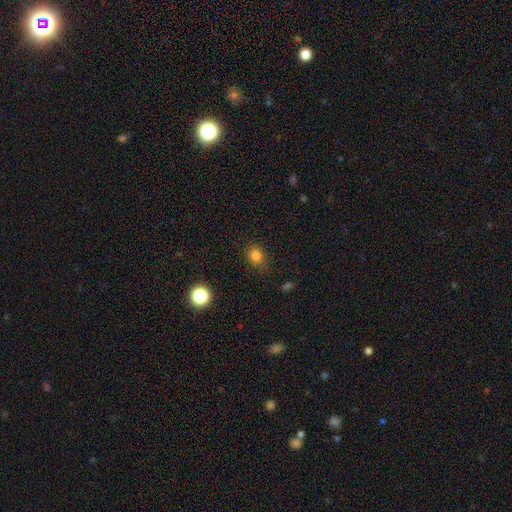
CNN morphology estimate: Smooth or featured? Predicted: smooth (p=0.80). How rounded? Predicted: round (p=0.64). Merging? Predicted: none (p=0.81).